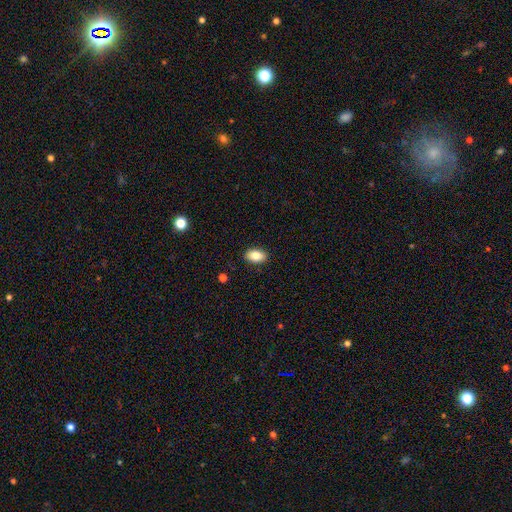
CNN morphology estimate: Smooth or featured? smooth (84%)
How rounded? in between (90%)
Merging? none (90%)